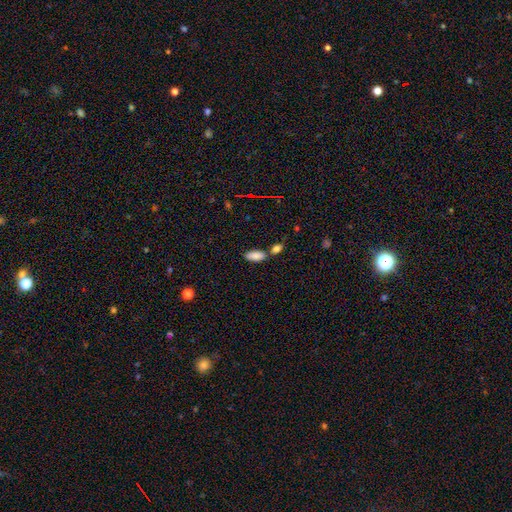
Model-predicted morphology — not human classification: A smooth galaxy with no disk features (85%) that is in between round and cigar-shaped (87%). Merging: none (60%).